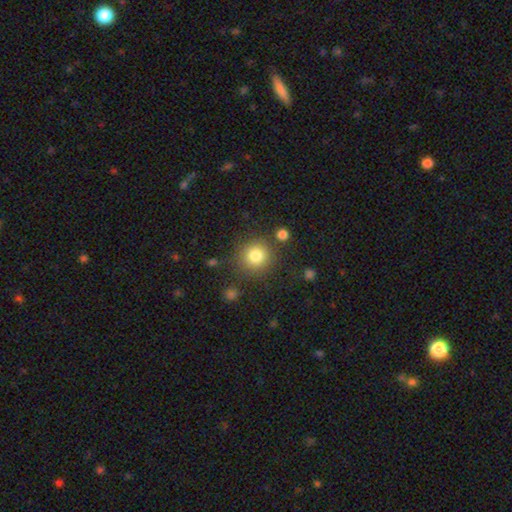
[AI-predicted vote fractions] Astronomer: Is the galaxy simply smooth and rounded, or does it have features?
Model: smooth — 82%.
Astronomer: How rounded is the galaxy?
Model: round — 92%.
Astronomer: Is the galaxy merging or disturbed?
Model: none — 82%.